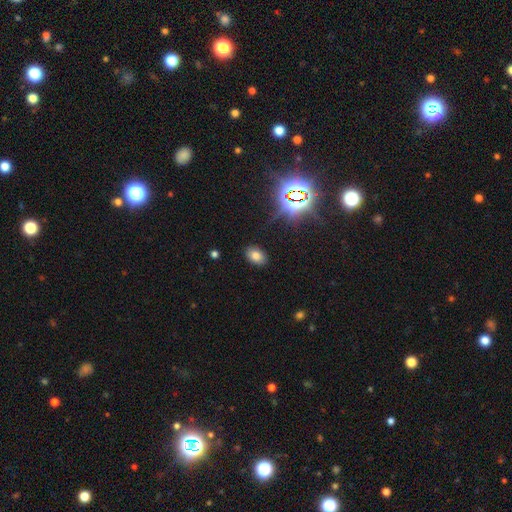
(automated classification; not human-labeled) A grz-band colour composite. It shows a smooth galaxy with no disk features (71%) that is in between round and cigar-shaped (84%). Merging: none (88%).